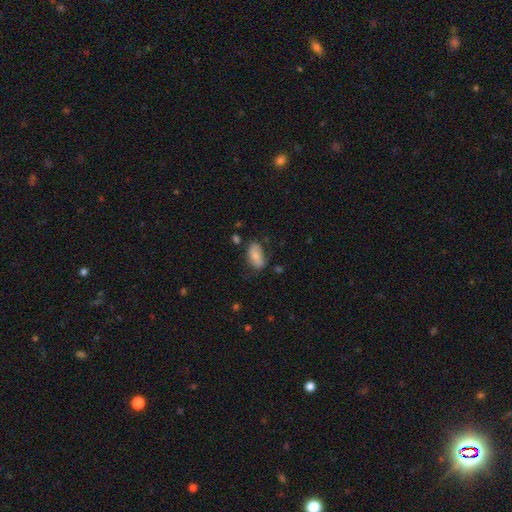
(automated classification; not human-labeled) Overall: smooth (77%). How rounded: in between (93%). Merging: none (67%).